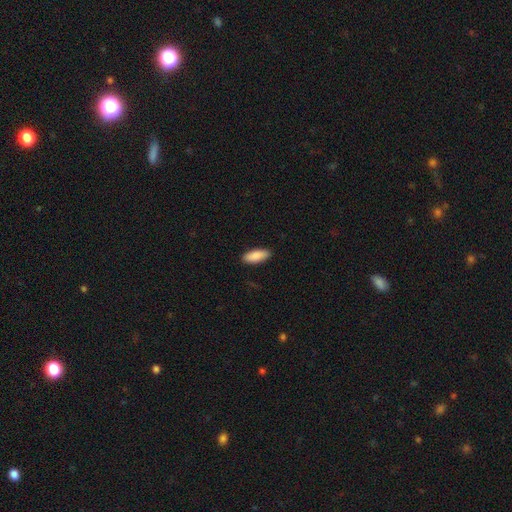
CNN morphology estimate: smooth 89%, featured or disk 6%, star or artifact 6%. Down the decision tree: how rounded — in between (74%); merging — none (89%).